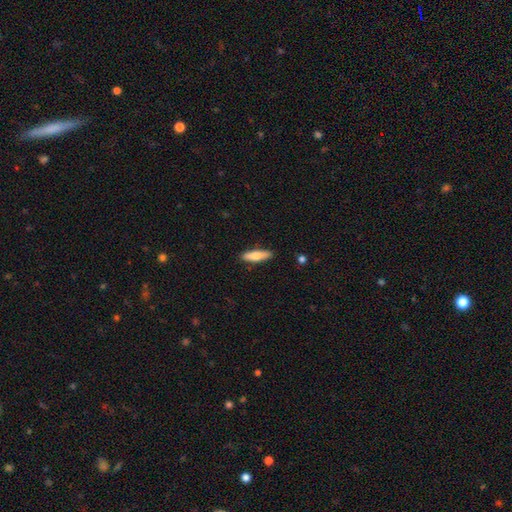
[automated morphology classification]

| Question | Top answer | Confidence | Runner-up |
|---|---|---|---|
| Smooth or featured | smooth | 70% | featured or disk (25%) |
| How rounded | cigar-shaped | 67% | in between (31%) |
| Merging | none | 88% | minor disturbance (9%) |